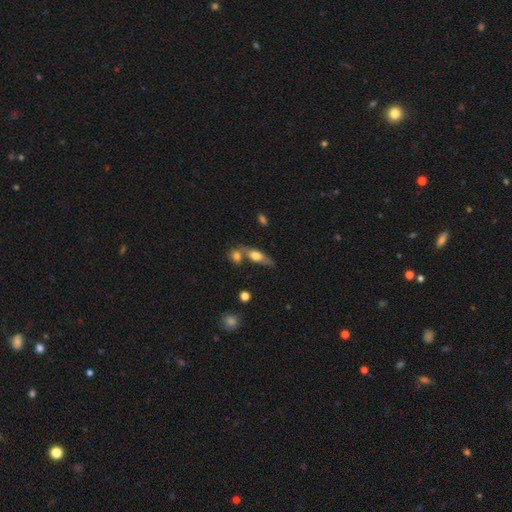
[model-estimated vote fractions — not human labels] A smooth galaxy with no disk features (57%) that is in between round and cigar-shaped (57%).

Vote fractions:
- Smooth or featured? smooth: 57% / featured or disk: 35% / star or artifact: 8%
- How rounded? in between: 57% / cigar-shaped: 37% / round: 6%
- Merging? none: 48% / merger: 34% / minor disturbance: 13% / major disturbance: 5%